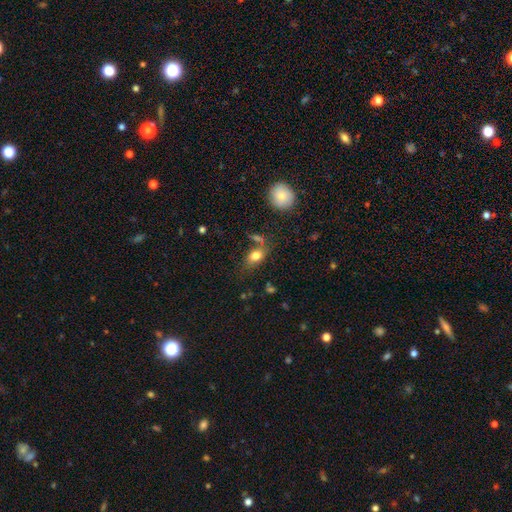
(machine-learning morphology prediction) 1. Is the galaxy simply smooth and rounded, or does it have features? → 79% smooth, 11% featured or disk, 10% star or artifact.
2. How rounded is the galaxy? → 79% in between, 17% round, 4% cigar-shaped.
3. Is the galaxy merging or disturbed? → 62% none, 17% minor disturbance, 13% merger, 7% major disturbance.